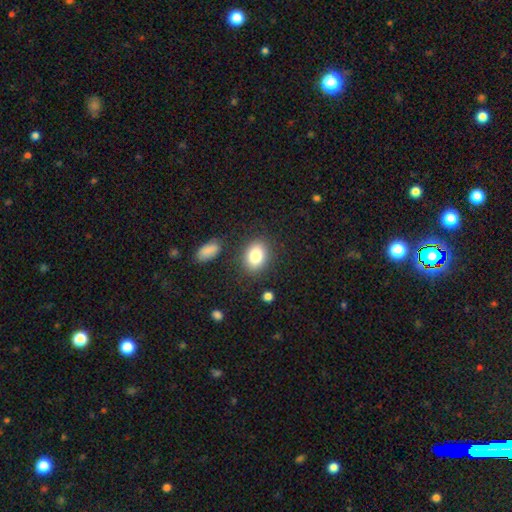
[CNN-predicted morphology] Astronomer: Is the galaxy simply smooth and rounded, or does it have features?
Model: smooth — 82%.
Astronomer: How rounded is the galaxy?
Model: in between — 71%.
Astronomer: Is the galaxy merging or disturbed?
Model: none — 83%.